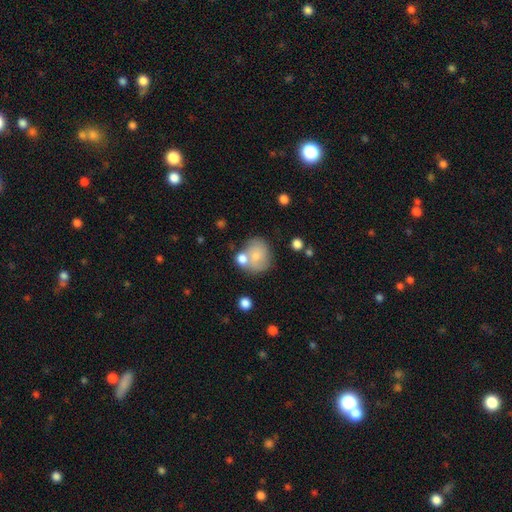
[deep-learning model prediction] Overall: smooth (68%). How rounded: round (75%). Merging: none (48%; merger 31%).